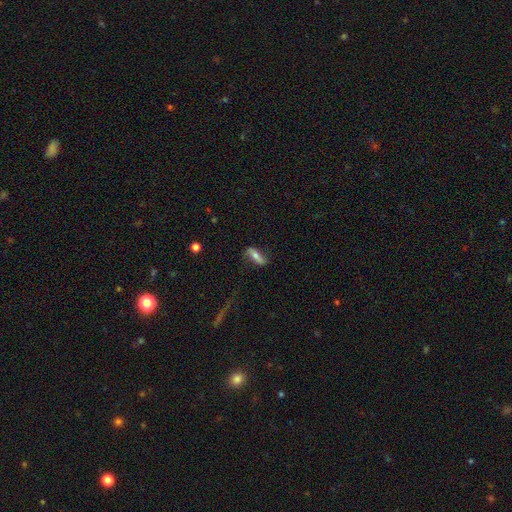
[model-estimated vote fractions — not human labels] A featured or disk galaxy (46%, tied with smooth).

Vote fractions:
- Smooth or featured? featured or disk: 46% (tied) / smooth: 46% (tied) / star or artifact: 8%
- Merging? none: 69% / minor disturbance: 20% / major disturbance: 9% / merger: 2%